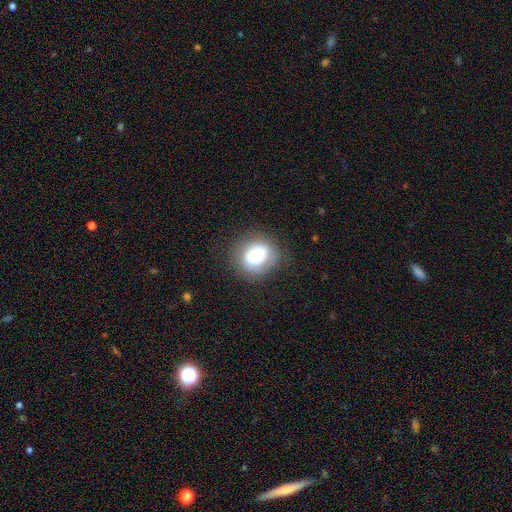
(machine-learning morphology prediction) smooth 70%, featured or disk 20%, star or artifact 10%. Down the decision tree: how rounded — round (71%); merging — none (75%).